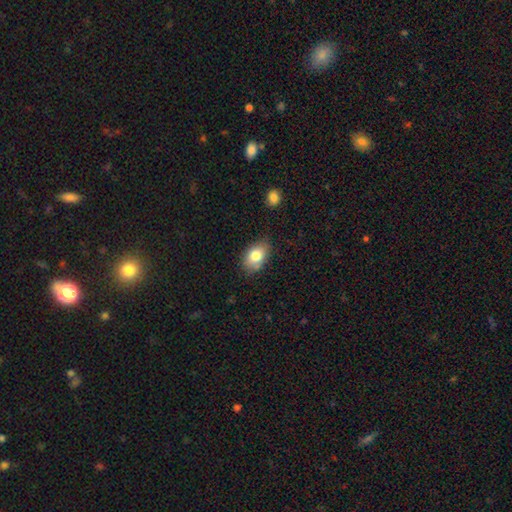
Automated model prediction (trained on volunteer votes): A smooth galaxy with no disk features (80%) that is in between round and cigar-shaped (86%).

Vote fractions:
- Smooth or featured? smooth: 80% / featured or disk: 12% / star or artifact: 8%
- How rounded? in between: 86% / round: 12% / cigar-shaped: 1%
- Merging? none: 73% / minor disturbance: 21% / major disturbance: 4% / merger: 3%